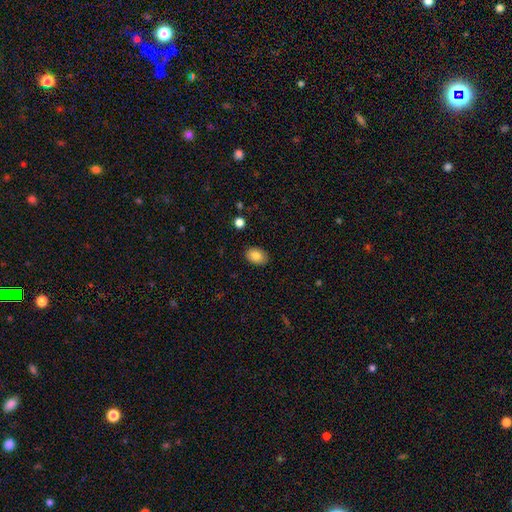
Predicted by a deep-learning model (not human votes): Smooth or featured: smooth — 83% (featured or disk — 9%)
How rounded: in between — 82% (round — 17%)
Merging: none — 88% (minor disturbance — 9%)